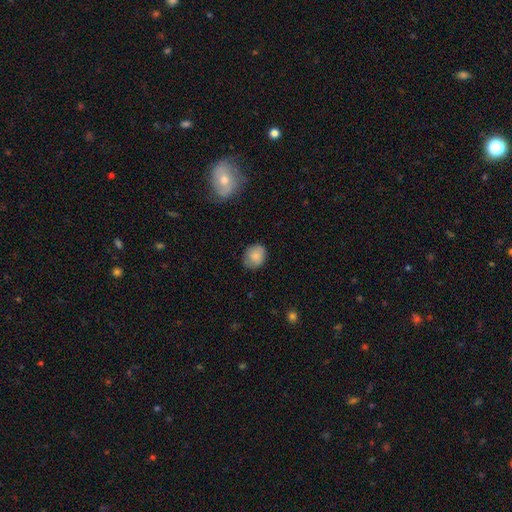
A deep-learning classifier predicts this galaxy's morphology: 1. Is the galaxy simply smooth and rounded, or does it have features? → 85% smooth, 8% featured or disk, 8% star or artifact.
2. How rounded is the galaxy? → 60% round, 39% in between, 1% cigar-shaped.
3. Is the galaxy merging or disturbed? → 78% none, 18% minor disturbance, 3% major disturbance, 1% merger.